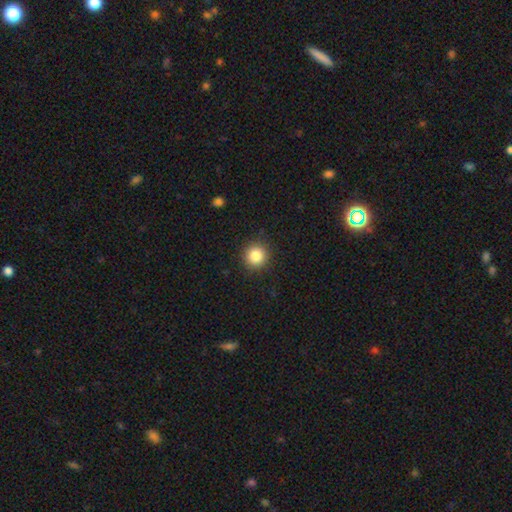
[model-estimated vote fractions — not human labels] smooth 85%, star or artifact 10%, featured or disk 5%. Down the decision tree: how rounded — round (94%); merging — none (91%).